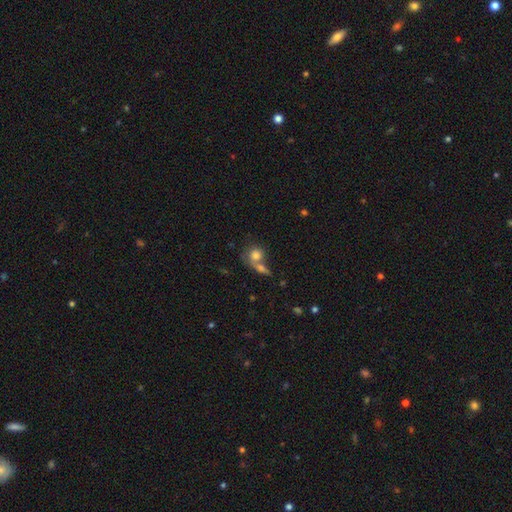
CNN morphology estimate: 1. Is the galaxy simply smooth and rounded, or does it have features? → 75% smooth, 16% featured or disk, 9% star or artifact.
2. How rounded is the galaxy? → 72% round, 25% in between, 3% cigar-shaped.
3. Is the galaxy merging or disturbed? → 48% merger, 36% none, 10% minor disturbance, 7% major disturbance.